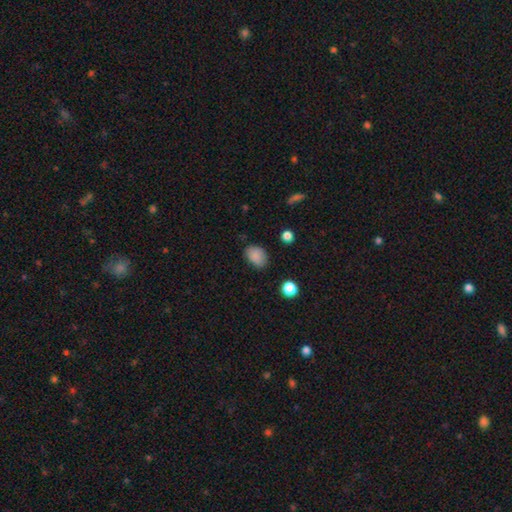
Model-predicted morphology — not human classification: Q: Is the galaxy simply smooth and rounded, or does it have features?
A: smooth — 86%.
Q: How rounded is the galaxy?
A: in between — 77%.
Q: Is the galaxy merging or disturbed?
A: none — 78%.